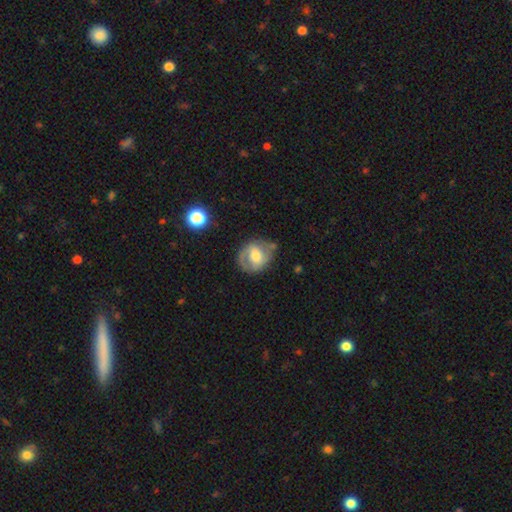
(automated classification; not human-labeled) Morphology: type=featured or disk (56%); edge-on=no (96%); bar=weak (43%); spiral arms=yes (73%); bulge=moderate (62%); merging=none (58%).